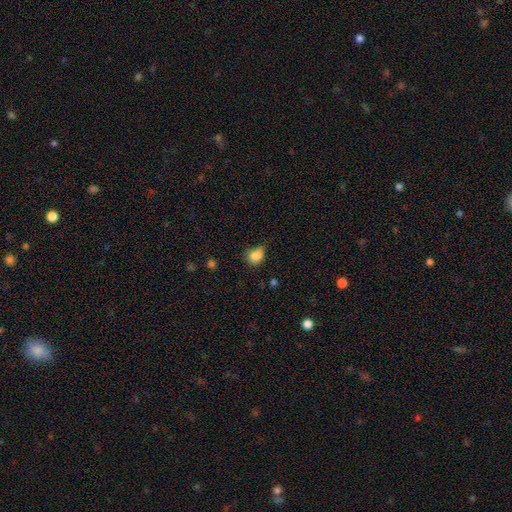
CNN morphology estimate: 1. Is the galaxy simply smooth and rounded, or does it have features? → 85% smooth, 10% star or artifact, 5% featured or disk.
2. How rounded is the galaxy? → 51% round, 48% in between, 1% cigar-shaped.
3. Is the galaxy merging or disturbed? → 51% none, 37% minor disturbance, 9% major disturbance, 3% merger.